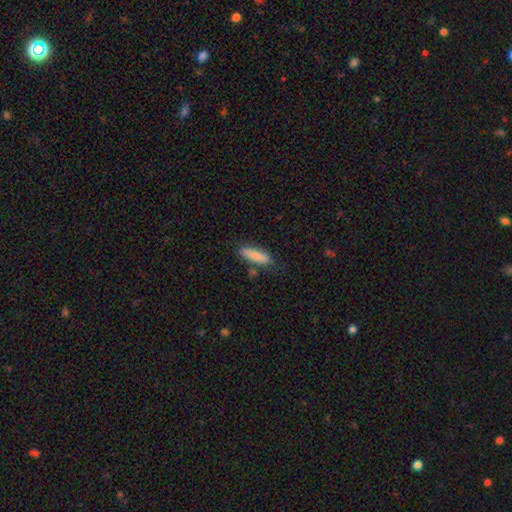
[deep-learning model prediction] Q: Smooth or featured?
A: smooth (84%); runner-up: featured or disk (9%)
Q: How rounded?
A: cigar-shaped (63%); runner-up: in between (35%)
Q: Merging?
A: none (72%); runner-up: minor disturbance (18%)